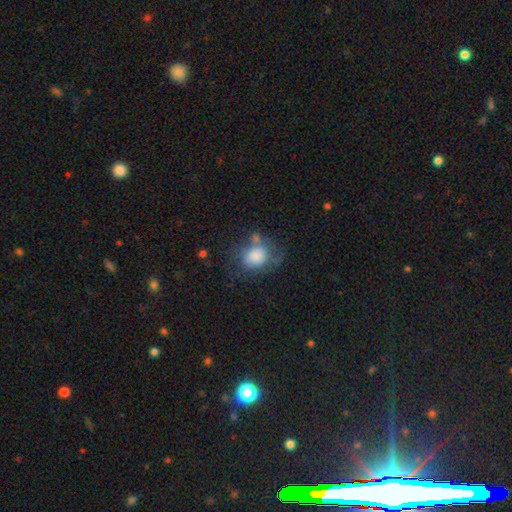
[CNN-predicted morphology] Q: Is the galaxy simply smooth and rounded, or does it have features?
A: smooth — 72%.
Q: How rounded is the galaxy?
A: in between — 52%.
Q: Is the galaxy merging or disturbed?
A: none — 42%.